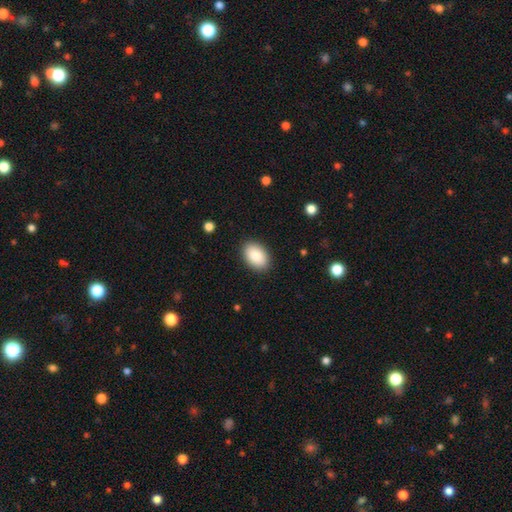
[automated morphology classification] A smooth galaxy with no disk features (88%) that is in between round and cigar-shaped (89%).

Vote fractions:
- Smooth or featured? smooth: 88% / star or artifact: 6% / featured or disk: 5%
- How rounded? in between: 89% / round: 9% / cigar-shaped: 1%
- Merging? none: 89% / minor disturbance: 8% / major disturbance: 2% / merger: 1%